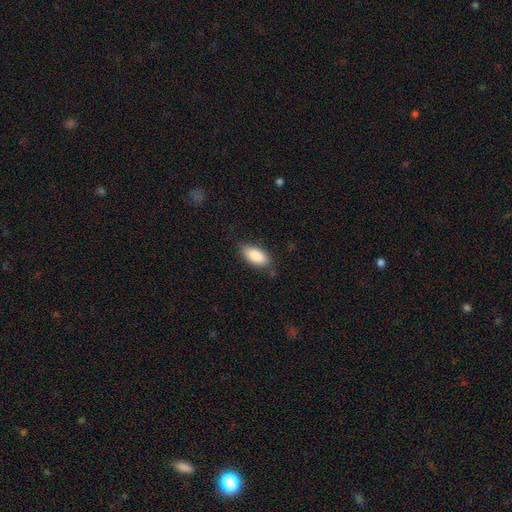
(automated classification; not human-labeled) smooth_or_featured: smooth (p=0.88) [alt: star or artifact p=0.06]
how_rounded: in between (p=0.91) [alt: cigar-shaped p=0.07]
merging: none (p=0.79) [alt: minor disturbance p=0.16]